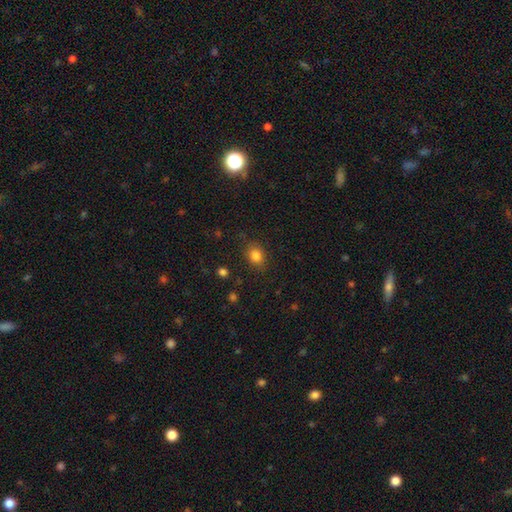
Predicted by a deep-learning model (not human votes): Morphology: type=smooth (84%); roundness=in between (55%); merging=none (82%).